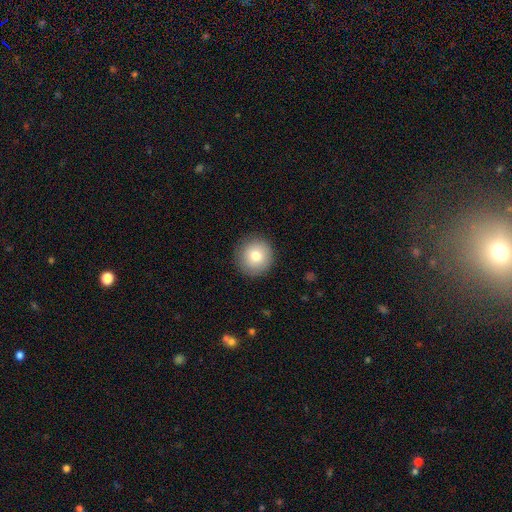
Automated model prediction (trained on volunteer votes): smooth-or-featured: smooth: 79% | featured or disk: 12% | star or artifact: 9%
  how-rounded: round: 94% | in between: 5% | cigar-shaped: 1%
  merging: none: 89% | minor disturbance: 7% | major disturbance: 2% | merger: 1%